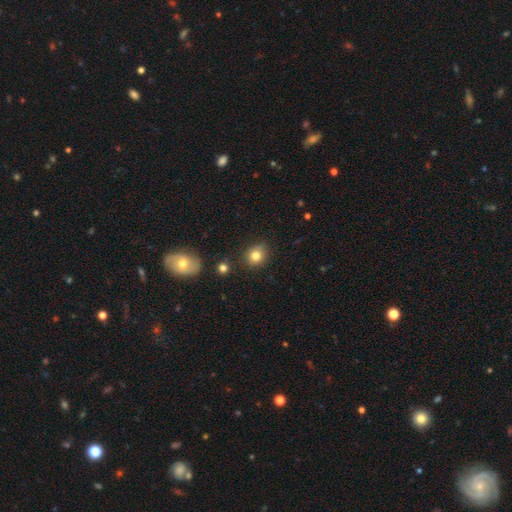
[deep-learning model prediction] This is clearly a smooth galaxy (81%). How rounded: likely round (74%). Merging: likely none (70%).